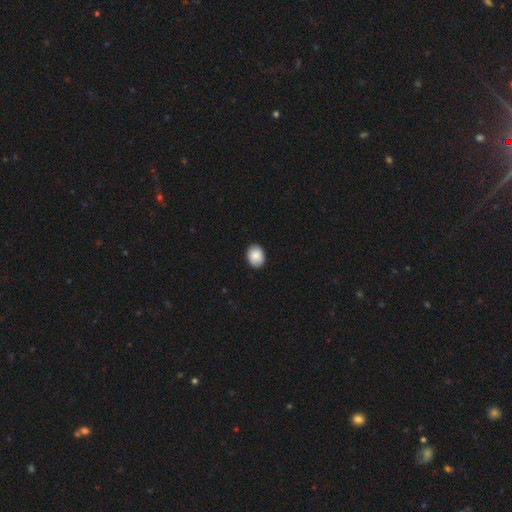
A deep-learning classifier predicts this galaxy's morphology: Smooth or featured? Predicted: smooth (p=0.89). How rounded? Predicted: in between (p=0.55). Merging? Predicted: none (p=0.91).